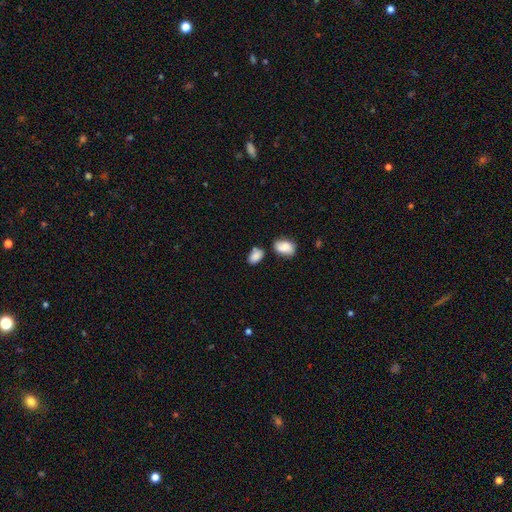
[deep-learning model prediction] This is clearly a smooth galaxy (86%). How rounded: clearly in between (90%). Merging: possibly none (56%).